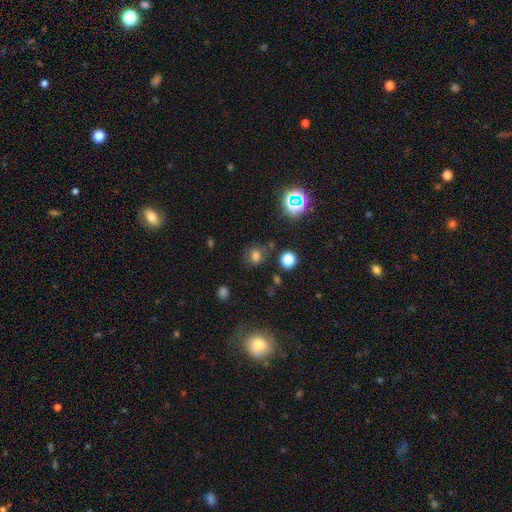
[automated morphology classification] Smooth or featured? Predicted: smooth (p=0.66). How rounded? Predicted: round (p=0.64). Merging? Predicted: none (p=0.71).